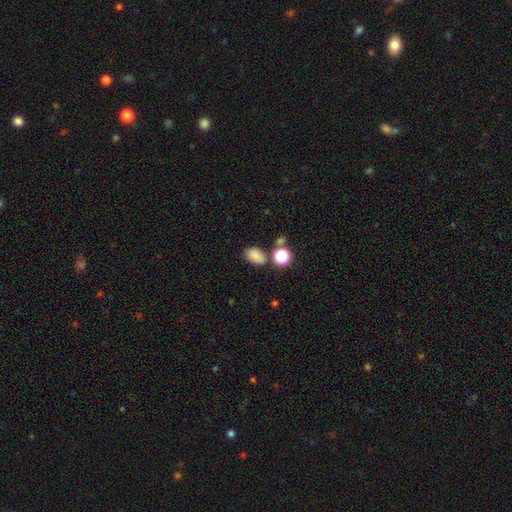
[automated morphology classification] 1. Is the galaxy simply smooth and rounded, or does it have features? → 80% smooth, 14% star or artifact, 6% featured or disk.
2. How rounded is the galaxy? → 83% in between, 16% round, 1% cigar-shaped.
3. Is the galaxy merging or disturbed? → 68% none, 16% minor disturbance, 11% merger, 5% major disturbance.